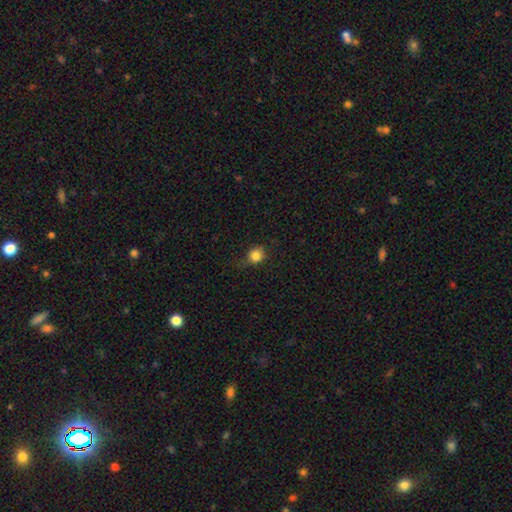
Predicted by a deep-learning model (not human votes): A smooth galaxy with no disk features (82%) that is round (78%).

Vote fractions:
- Smooth or featured? smooth: 82% / star or artifact: 11% / featured or disk: 6%
- How rounded? round: 78% / in between: 21% / cigar-shaped: 1%
- Merging? none: 69% / minor disturbance: 23% / major disturbance: 7% / merger: 1%